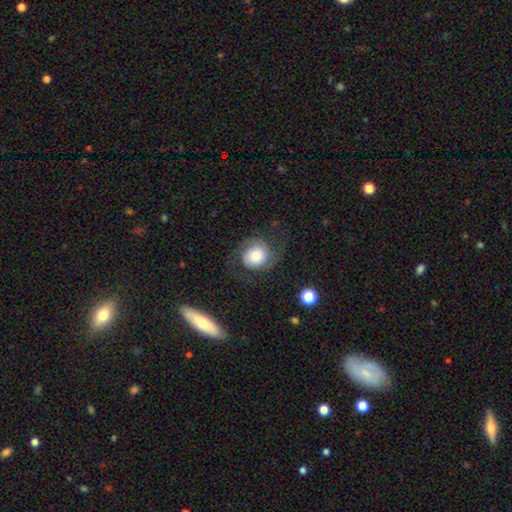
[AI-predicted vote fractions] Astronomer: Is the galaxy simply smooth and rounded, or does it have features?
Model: featured or disk — 63%.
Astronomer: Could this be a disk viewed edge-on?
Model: no — 98%.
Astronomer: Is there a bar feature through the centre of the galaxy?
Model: no — 77%.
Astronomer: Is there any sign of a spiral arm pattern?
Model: yes — 92%.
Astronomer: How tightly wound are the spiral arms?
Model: medium — 44% (runner-up: loose, 35%).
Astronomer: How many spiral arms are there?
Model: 2 — 89%.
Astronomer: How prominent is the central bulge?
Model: large — 33% (runner-up: moderate, 31%).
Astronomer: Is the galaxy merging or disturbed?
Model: none — 68%.